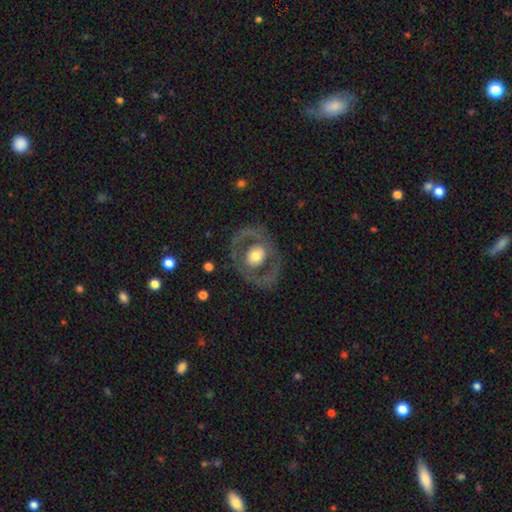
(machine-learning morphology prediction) smooth-or-featured: featured or disk: 60% | smooth: 35% | star or artifact: 5%
  disk-edge-on: no: 94% | yes: 6%
    bar: no: 80% | weak: 14% | strong: 6%
    has-spiral-arms: no: 77% | yes: 23%
    bulge-size: moderate: 56% | large: 33% | small: 7% | dominant: 3% | none: 1%
  merging: none: 77% | minor disturbance: 11% | major disturbance: 10% | merger: 1%